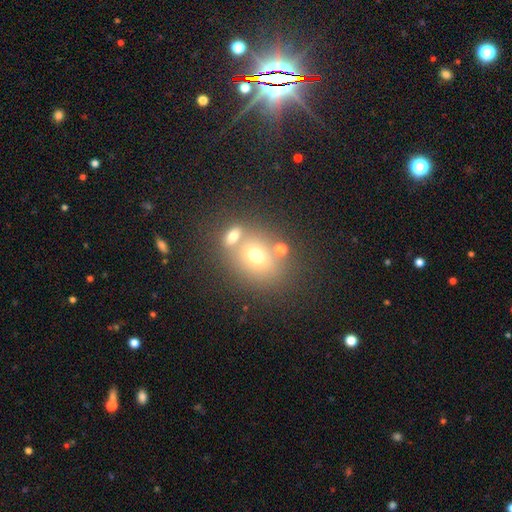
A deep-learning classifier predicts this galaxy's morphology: Smooth or featured? smooth (65%)
How rounded? round (60%)
Merging? none (49%)